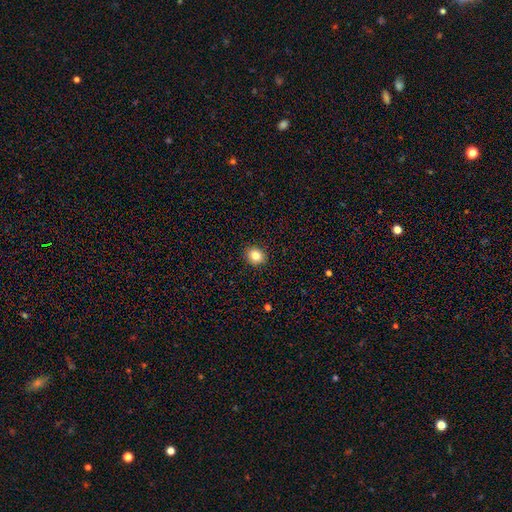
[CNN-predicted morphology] The model was most divided on "how rounded": round: 70%, in between: 29%, cigar-shaped: 1%. More confident: merging — none (91%); smooth or featured — smooth (83%).